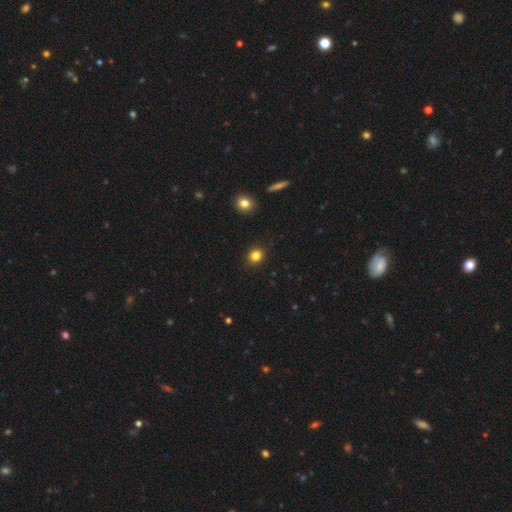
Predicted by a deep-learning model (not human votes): Overall: smooth (83%). How rounded: round (78%). Merging: none (91%).